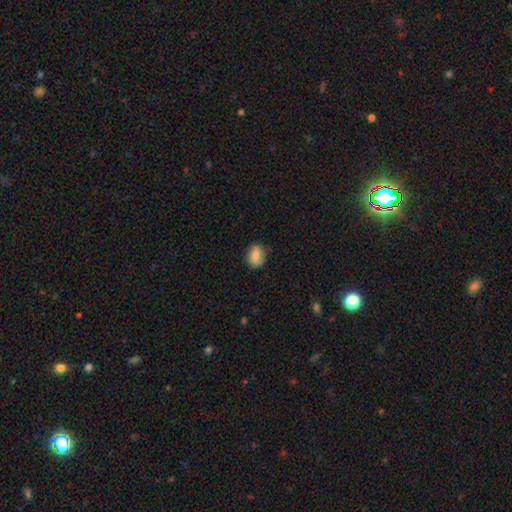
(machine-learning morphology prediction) A smooth galaxy with no disk features (67%) that is in between round and cigar-shaped (56%). Merging: none (75%).